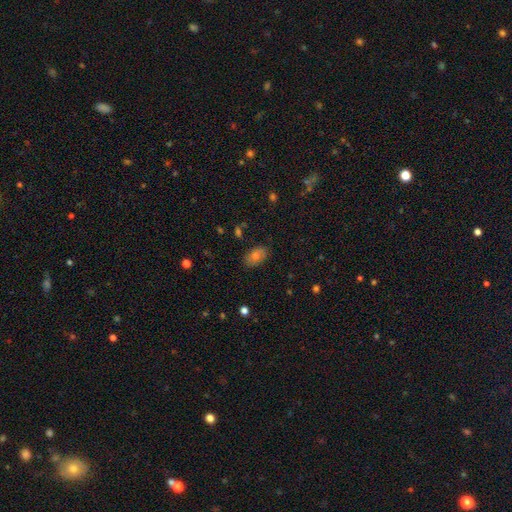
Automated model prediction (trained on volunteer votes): smooth 68%, featured or disk 19%, star or artifact 13%. Down the decision tree: how rounded — in between (88%); merging — none (84%).